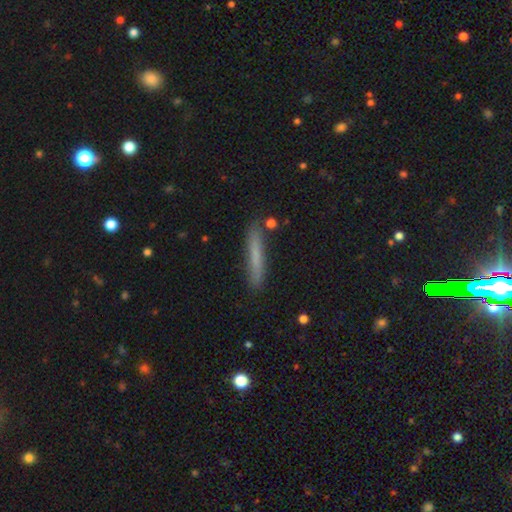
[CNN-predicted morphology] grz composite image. It shows a smooth galaxy with no disk features (68%) that is cigar-shaped (95%). Merging: none (86%).